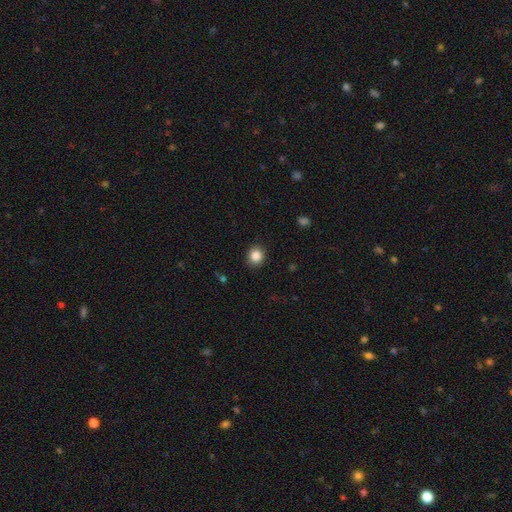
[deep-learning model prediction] Smooth or featured? smooth (86%)
How rounded? round (82%)
Merging? none (89%)